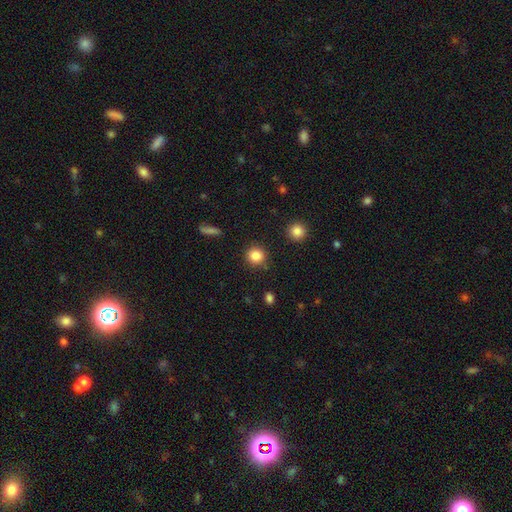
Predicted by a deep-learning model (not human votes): smooth 85%, star or artifact 10%, featured or disk 5%. Down the decision tree: how rounded — round (92%); merging — none (88%).